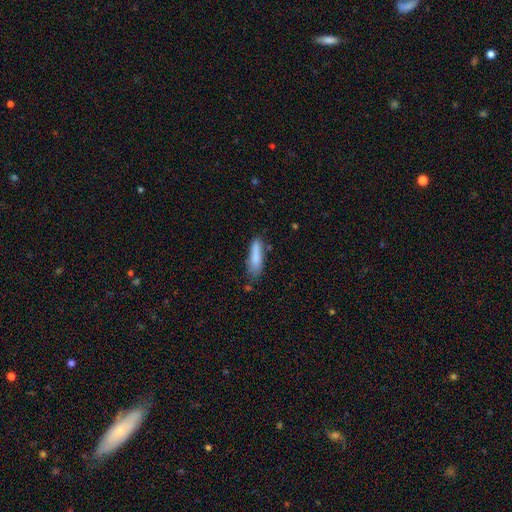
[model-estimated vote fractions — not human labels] The model was most divided on "merging": none: 64%, minor disturbance: 25%, major disturbance: 6%, merger: 6%. More confident: smooth or featured — smooth (83%); how rounded — cigar-shaped (72%).